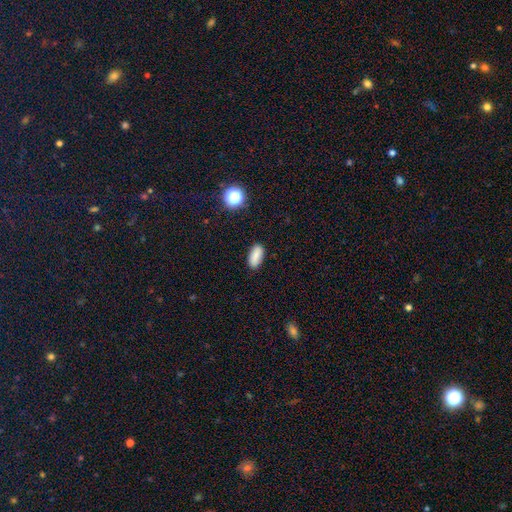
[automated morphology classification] A smooth galaxy with no disk features (85%) that is in between round and cigar-shaped (85%). Merging: none (87%).